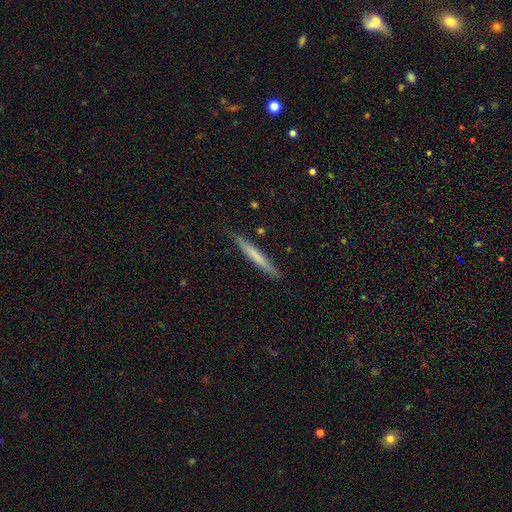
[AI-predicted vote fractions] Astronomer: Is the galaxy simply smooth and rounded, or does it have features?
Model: smooth — 58% (runner-up: featured or disk, 36%).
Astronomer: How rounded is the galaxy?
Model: cigar-shaped — 96%.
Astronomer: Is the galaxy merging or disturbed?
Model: none — 87%.